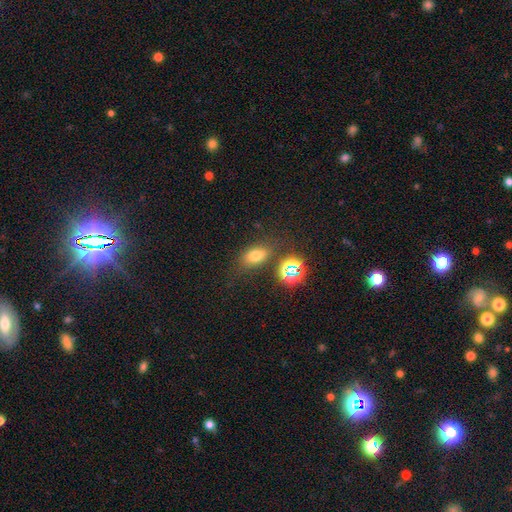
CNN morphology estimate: Smooth or featured?
  - smooth: 68% *
  - star or artifact: 21%
  - featured or disk: 12%
How rounded?
  - in between: 77% *
  - round: 19%
  - cigar-shaped: 4%
Merging?
  - none: 73% *
  - minor disturbance: 15%
  - merger: 7%
  - major disturbance: 6%